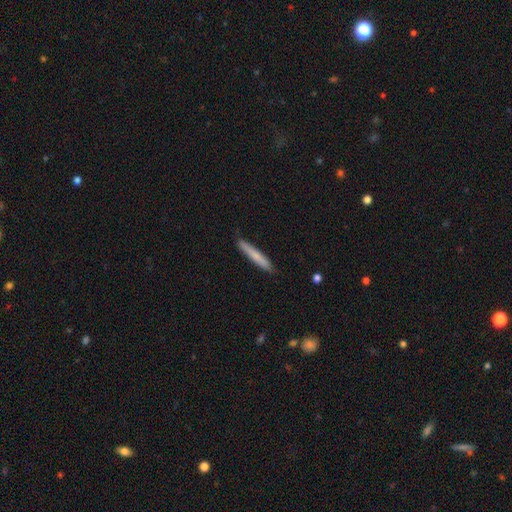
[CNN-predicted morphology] smooth 72%, featured or disk 22%, star or artifact 6%. Down the decision tree: how rounded — cigar-shaped (95%); merging — none (87%).